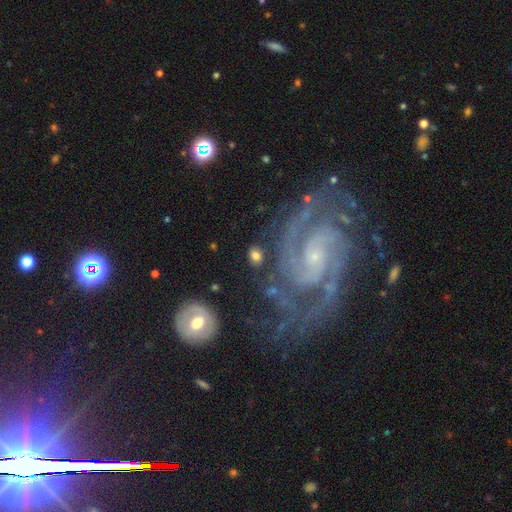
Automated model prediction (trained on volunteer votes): This is likely a smooth galaxy (63%). How rounded: likely in between (65%). Merging: likely none (79%).